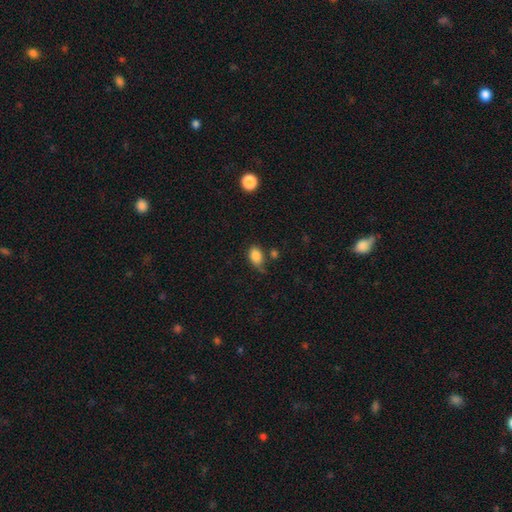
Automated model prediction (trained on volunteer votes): Q: Smooth or featured?
A: smooth (85%); runner-up: star or artifact (9%)
Q: How rounded?
A: in between (84%); runner-up: round (14%)
Q: Merging?
A: none (55%); runner-up: minor disturbance (30%)